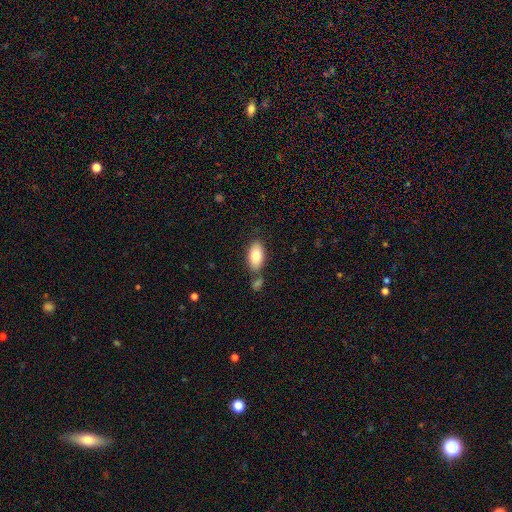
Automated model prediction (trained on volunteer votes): Smooth or featured?
  - smooth: 82% *
  - featured or disk: 12%
  - star or artifact: 6%
How rounded?
  - in between: 93% *
  - cigar-shaped: 4%
  - round: 3%
Merging?
  - none: 68% *
  - merger: 15%
  - minor disturbance: 14%
  - major disturbance: 4%